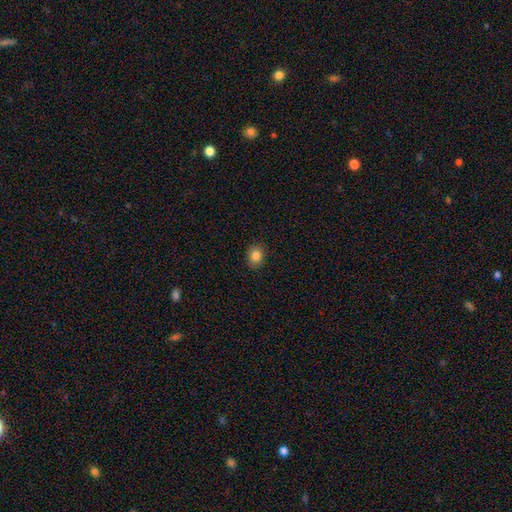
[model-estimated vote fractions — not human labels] Overall: smooth (84%). How rounded: round (59%; in between 40%). Merging: none (89%).